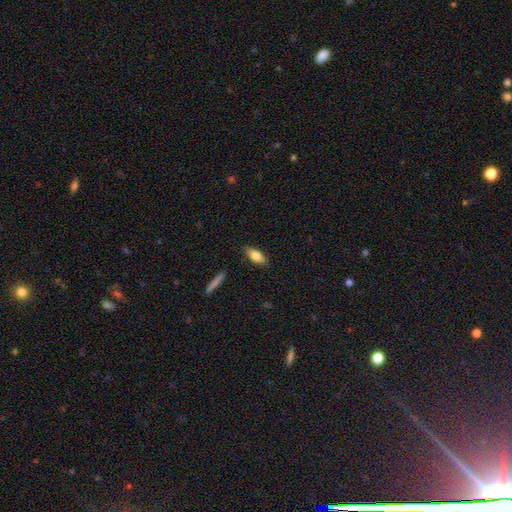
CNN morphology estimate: This appears to be a smooth galaxy with no disk features (75%) that is in between round and cigar-shaped (75%). Merging: none (85%).